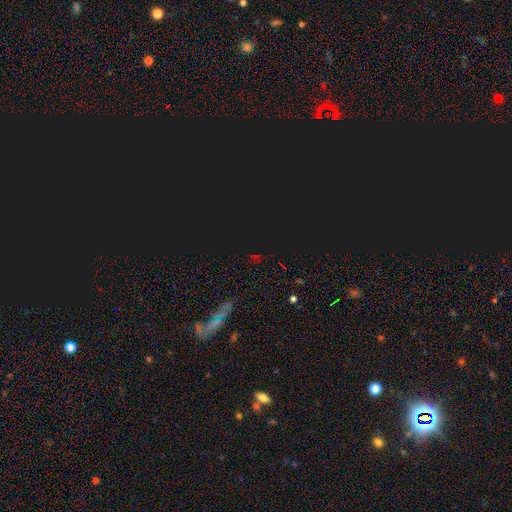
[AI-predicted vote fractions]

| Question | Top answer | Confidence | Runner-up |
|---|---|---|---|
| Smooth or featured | star or artifact | 78% | smooth (14%) |